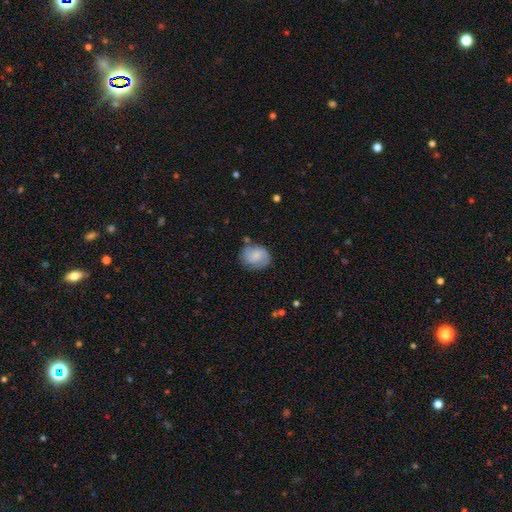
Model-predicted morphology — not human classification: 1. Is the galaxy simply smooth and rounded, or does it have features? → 49% smooth, 43% featured or disk, 8% star or artifact.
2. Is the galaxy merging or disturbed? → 71% none, 20% minor disturbance, 6% major disturbance, 4% merger.